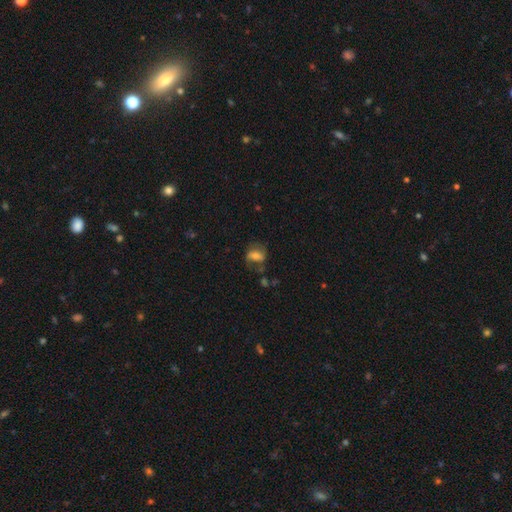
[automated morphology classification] The model was most divided on "smooth or featured": smooth: 53%, featured or disk: 37%, star or artifact: 10%. More confident: how rounded — in between (70%); merging — none (51%).